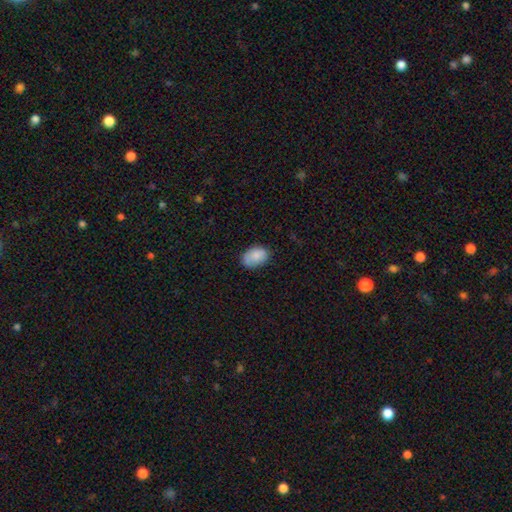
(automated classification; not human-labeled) Smooth or featured: smooth — 84% (featured or disk — 8%)
How rounded: in between — 84% (round — 15%)
Merging: none — 69% (minor disturbance — 24%)